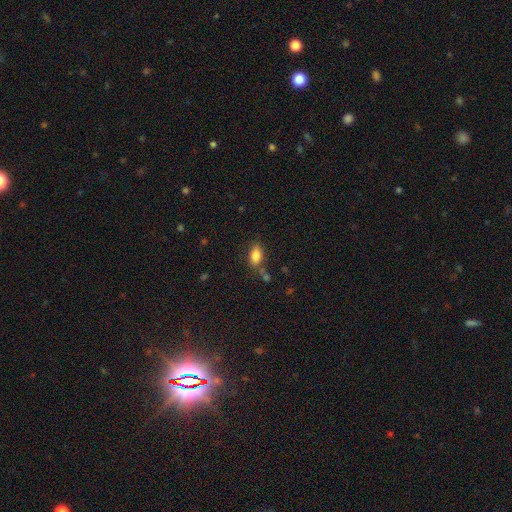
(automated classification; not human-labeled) The model was most divided on "merging": none: 67%, minor disturbance: 17%, merger: 11%, major disturbance: 5%. More confident: how rounded — in between (89%); smooth or featured — smooth (84%).